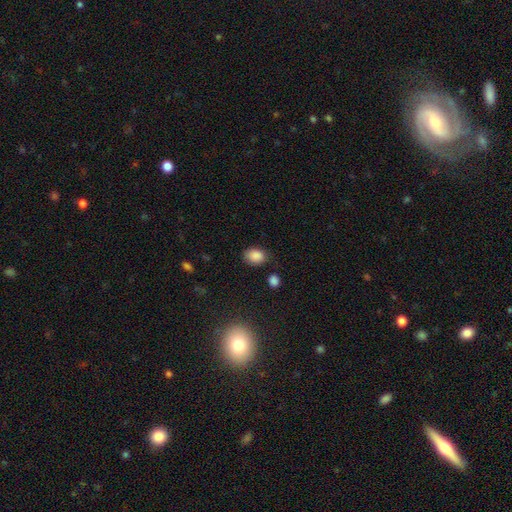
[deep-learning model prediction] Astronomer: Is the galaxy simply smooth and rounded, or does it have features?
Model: smooth — 87%.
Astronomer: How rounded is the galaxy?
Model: in between — 70%.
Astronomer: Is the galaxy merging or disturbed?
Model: none — 75%.